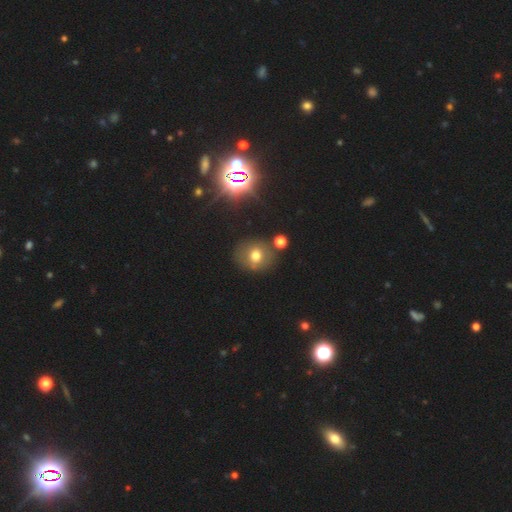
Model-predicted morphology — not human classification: The model was most divided on "smooth or featured": smooth: 63%, star or artifact: 19%, featured or disk: 18%. More confident: how rounded — round (78%); merging — none (76%).